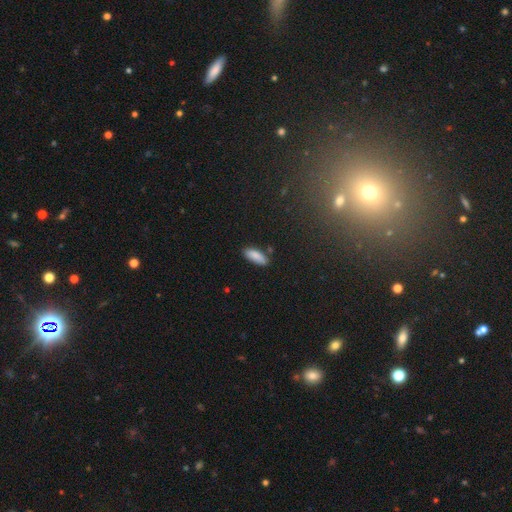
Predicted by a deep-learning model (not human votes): This is clearly a smooth galaxy (87%). How rounded: likely in between (72%). Merging: clearly none (81%).